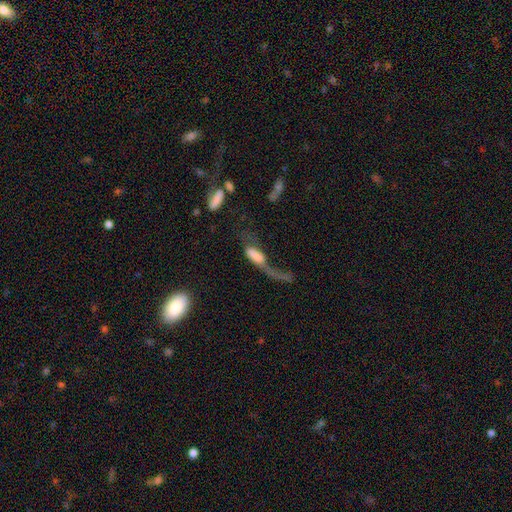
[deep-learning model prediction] Morphology: type=smooth (55%); roundness=in between (61%); merging=major disturbance (60%).